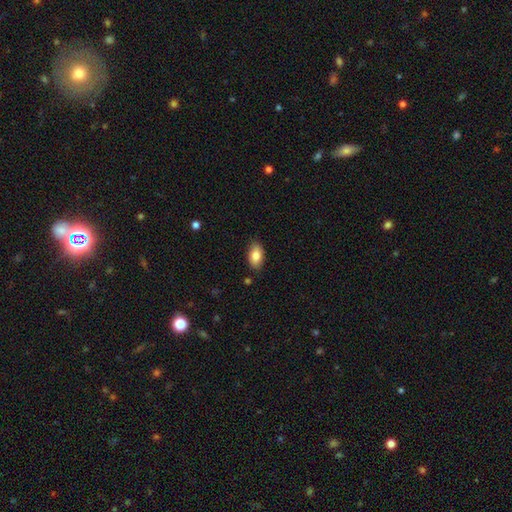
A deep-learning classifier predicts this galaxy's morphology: Overall: smooth (84%). How rounded: in between (92%). Merging: none (85%).